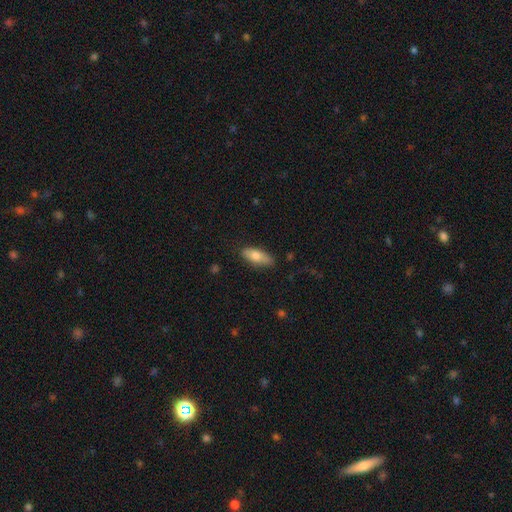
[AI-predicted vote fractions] smooth-or-featured: smooth: 74% | featured or disk: 19% | star or artifact: 7%
  how-rounded: in between: 80% | cigar-shaped: 17% | round: 3%
  merging: none: 79% | minor disturbance: 16% | major disturbance: 3% | merger: 1%